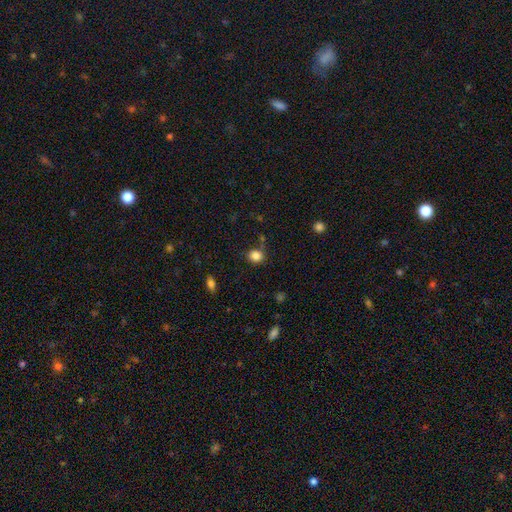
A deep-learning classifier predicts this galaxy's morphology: smooth_or_featured: smooth (p=0.84) [alt: star or artifact p=0.11]
how_rounded: round (p=0.68) [alt: in between p=0.31]
merging: none (p=0.74) [alt: minor disturbance p=0.15]